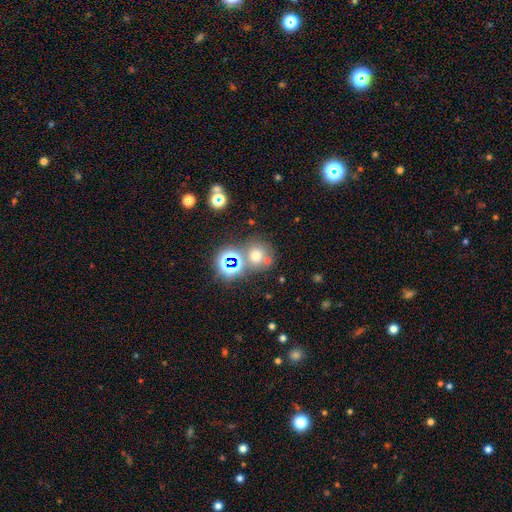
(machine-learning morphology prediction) Q: Smooth or featured?
A: smooth (59%); runner-up: star or artifact (30%)
Q: How rounded?
A: round (86%); runner-up: in between (13%)
Q: Merging?
A: none (60%); runner-up: merger (25%)